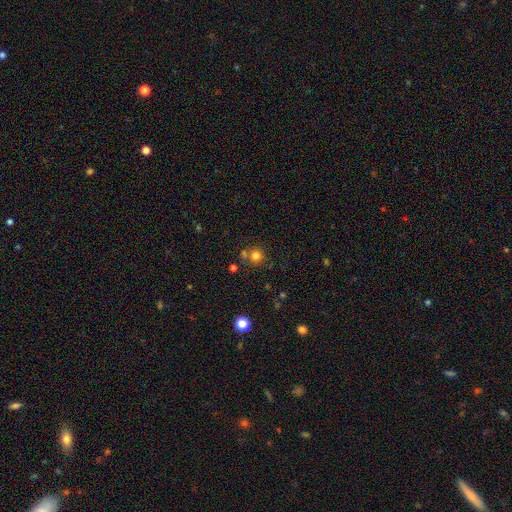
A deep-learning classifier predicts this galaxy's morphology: type=smooth (77%); roundness=round (91%); merging=none (69%).